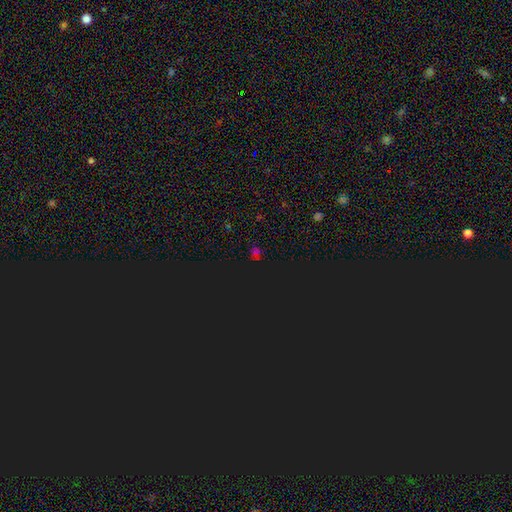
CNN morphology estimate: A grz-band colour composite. It shows a star or artifact, not a galaxy (66%).